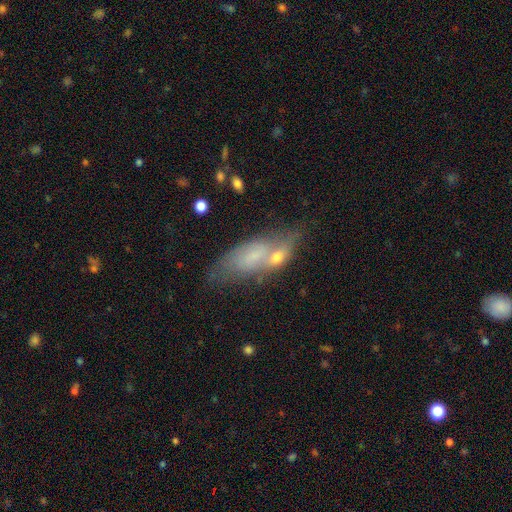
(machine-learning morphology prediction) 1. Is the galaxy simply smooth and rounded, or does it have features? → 48% smooth, 41% featured or disk, 11% star or artifact.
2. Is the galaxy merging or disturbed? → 43% none, 26% merger, 20% minor disturbance, 11% major disturbance.